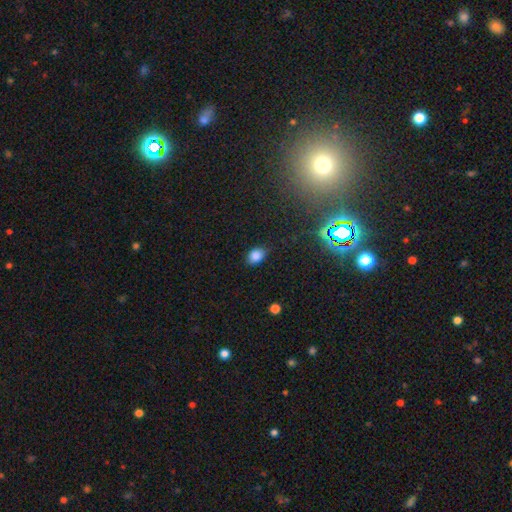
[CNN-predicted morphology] smooth-or-featured: smooth: 82% | star or artifact: 12% | featured or disk: 5%
  how-rounded: in between: 77% | round: 22% | cigar-shaped: 1%
  merging: none: 79% | minor disturbance: 16% | major disturbance: 3% | merger: 1%